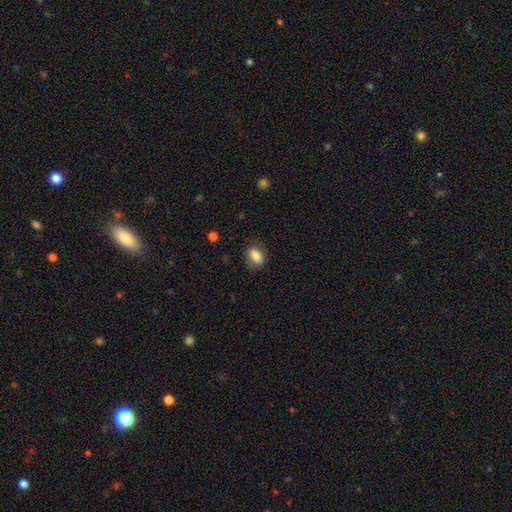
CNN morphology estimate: This is clearly a smooth galaxy (83%). How rounded: likely in between (71%). Merging: likely none (80%).